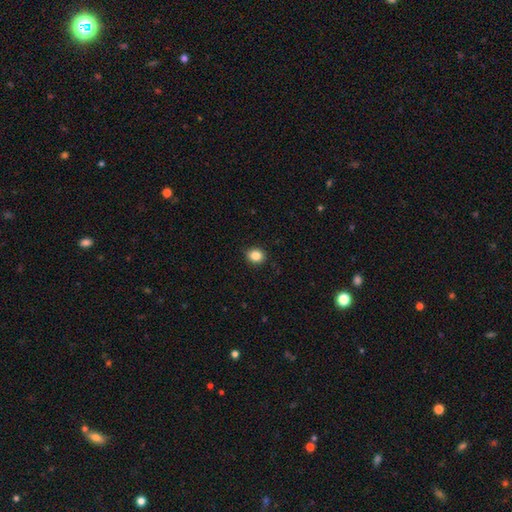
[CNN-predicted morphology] Overall: smooth (86%). How rounded: round (74%). Merging: none (90%).